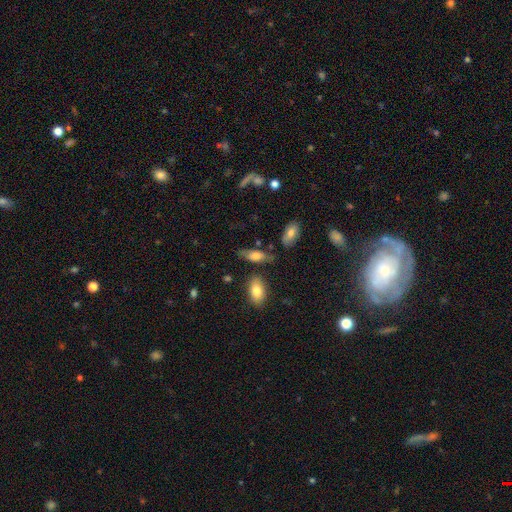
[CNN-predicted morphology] Q: Smooth or featured?
A: smooth (69%); runner-up: featured or disk (23%)
Q: How rounded?
A: in between (75%); runner-up: cigar-shaped (22%)
Q: Merging?
A: none (65%); runner-up: minor disturbance (22%)